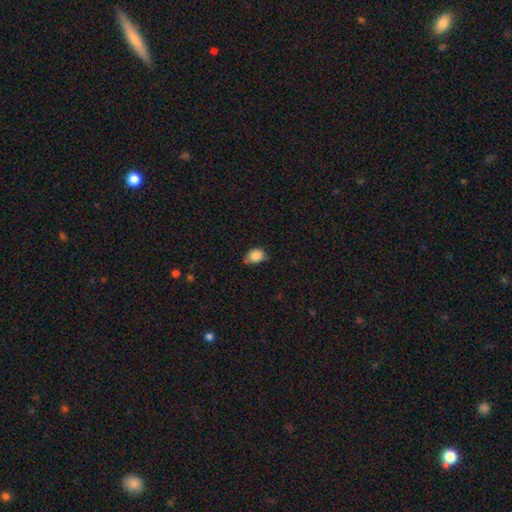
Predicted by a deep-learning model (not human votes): smooth_or_featured: smooth (p=0.85) [alt: star or artifact p=0.09]
how_rounded: in between (p=0.57) [alt: round p=0.42]
merging: none (p=0.52) [alt: minor disturbance p=0.38]